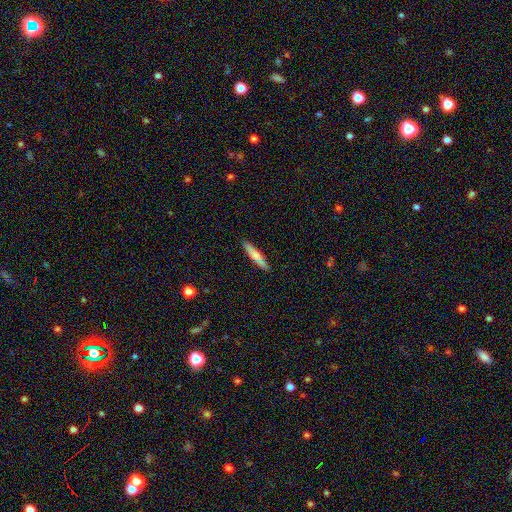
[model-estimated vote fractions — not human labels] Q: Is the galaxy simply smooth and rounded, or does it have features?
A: smooth — 68%.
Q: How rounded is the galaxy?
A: cigar-shaped — 87%.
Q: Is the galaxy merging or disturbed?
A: none — 85%.